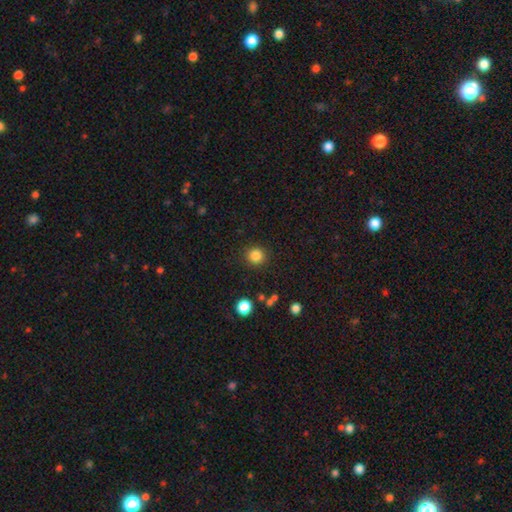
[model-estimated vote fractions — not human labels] Morphology: type=smooth (84%); roundness=round (91%); merging=none (89%).